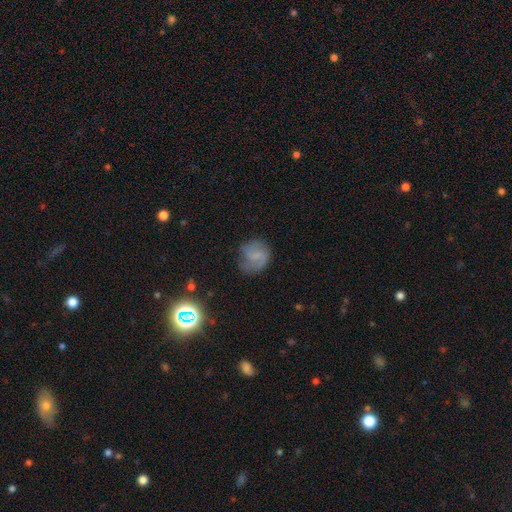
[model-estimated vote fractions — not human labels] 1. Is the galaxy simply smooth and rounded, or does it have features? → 47% smooth, 43% featured or disk, 10% star or artifact.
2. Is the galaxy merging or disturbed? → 54% none, 27% minor disturbance, 18% major disturbance, 2% merger.